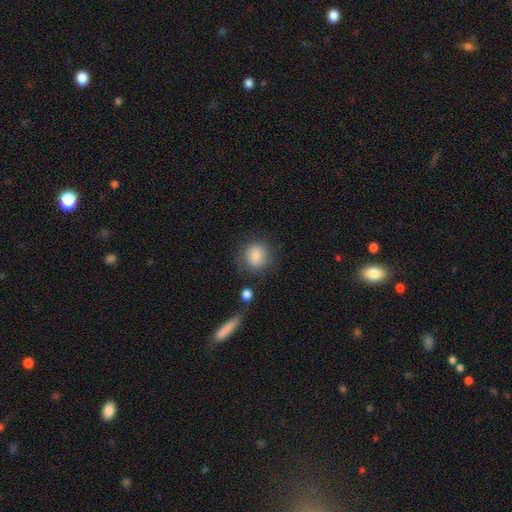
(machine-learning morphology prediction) The model was most divided on "merging": none: 74%, minor disturbance: 15%, major disturbance: 6%, merger: 5%. More confident: smooth or featured — smooth (82%); how rounded — round (80%).